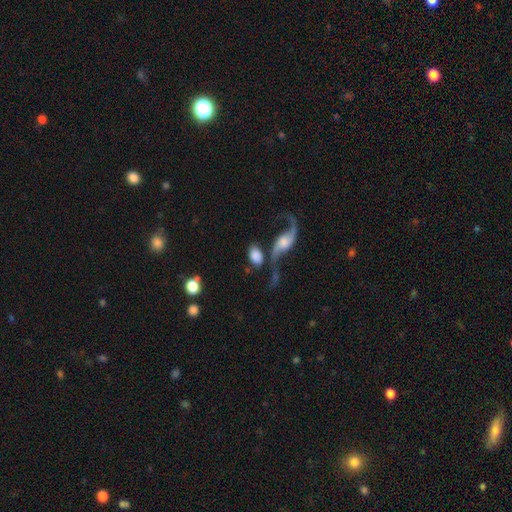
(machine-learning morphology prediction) The model was most divided on "merging": none: 37%, merger: 36%, major disturbance: 14%, minor disturbance: 14%. More confident: how rounded — in between (80%); smooth or featured — smooth (52%).